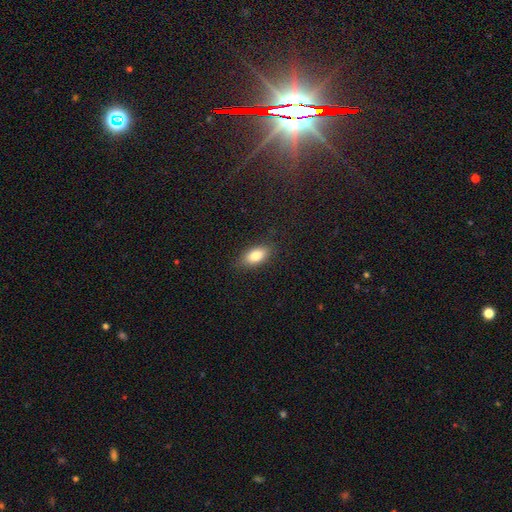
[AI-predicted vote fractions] Smooth or featured?
  - smooth: 82% *
  - featured or disk: 10%
  - star or artifact: 8%
How rounded?
  - in between: 88% *
  - cigar-shaped: 7%
  - round: 5%
Merging?
  - none: 85% *
  - minor disturbance: 11%
  - major disturbance: 3%
  - merger: 1%